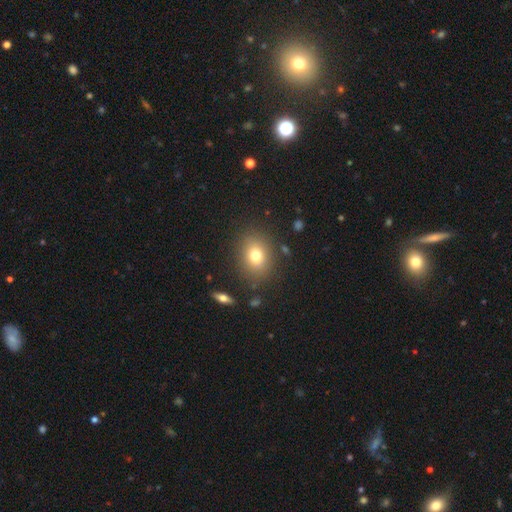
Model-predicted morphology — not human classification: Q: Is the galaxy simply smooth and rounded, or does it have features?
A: smooth — 74%.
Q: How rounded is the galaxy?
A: round — 55%.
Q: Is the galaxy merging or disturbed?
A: none — 84%.